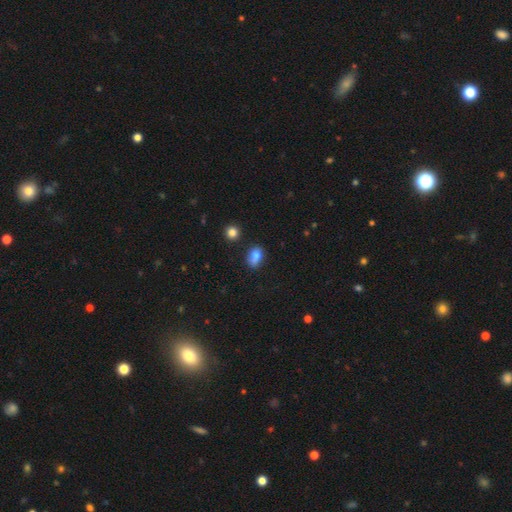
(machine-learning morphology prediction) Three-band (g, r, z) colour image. It shows a smooth galaxy with no disk features (77%) that is in between round and cigar-shaped (69%). Merging: none (46%).